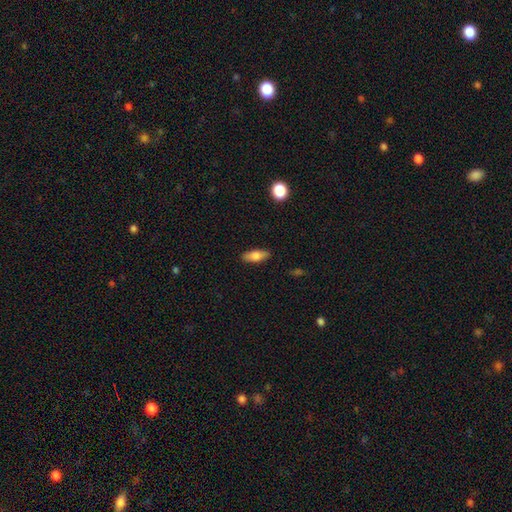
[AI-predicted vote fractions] A smooth galaxy with no disk features (74%) that is in between round and cigar-shaped (72%). Merging: none (87%).